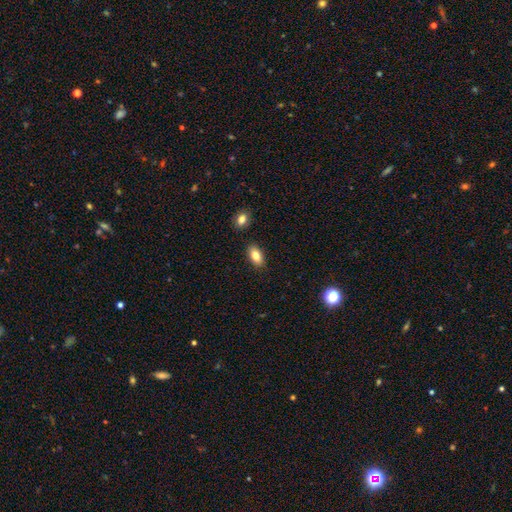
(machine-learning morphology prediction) Smooth or featured? smooth (83%)
How rounded? in between (91%)
Merging? none (87%)